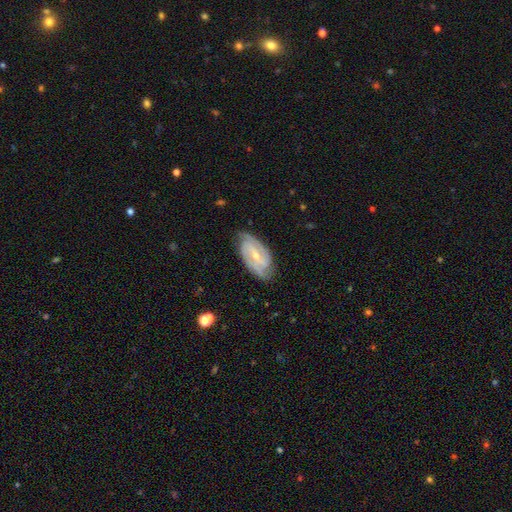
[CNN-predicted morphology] smooth_or_featured: featured or disk (p=0.87) [alt: smooth p=0.08]
disk_edge_on: no (p=0.95) [alt: yes p=0.05]
bar: weak (p=0.45) [alt: strong p=0.33]
has_spiral_arms: yes (p=0.97) [alt: no p=0.03]
spiral_winding: tight (p=0.52) [alt: medium p=0.38]
spiral_arm_count: 2 (p=0.57) [alt: 3 p=0.20]
bulge_size: small (p=0.67) [alt: moderate p=0.30]
merging: none (p=0.78) [alt: minor disturbance p=0.17]